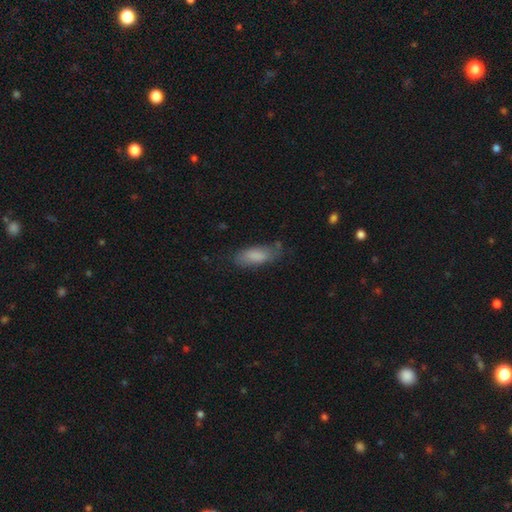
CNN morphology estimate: smooth_or_featured: smooth (p=0.82) [alt: featured or disk p=0.12]
how_rounded: in between (p=0.70) [alt: cigar-shaped p=0.28]
merging: none (p=0.69) [alt: minor disturbance p=0.21]